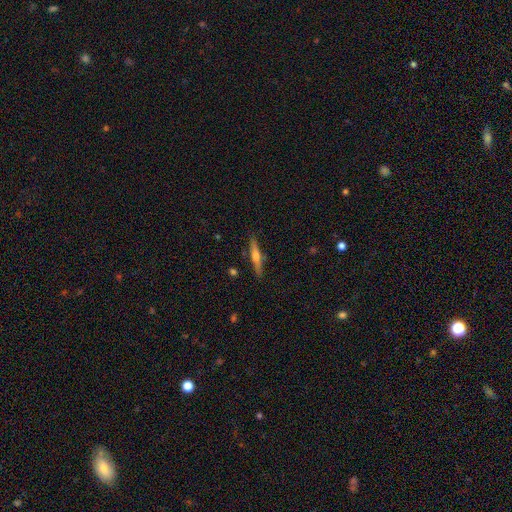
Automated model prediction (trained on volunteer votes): Smooth or featured?
  - featured or disk: 62% *
  - smooth: 32%
  - star or artifact: 6%
Edge-on disk?
  - yes: 97% *
  - no: 3%
Edge-on bulge?
  - rounded: 79% *
  - boxy: 12%
  - none: 9%
Merging?
  - none: 88% *
  - minor disturbance: 8%
  - major disturbance: 2%
  - merger: 2%